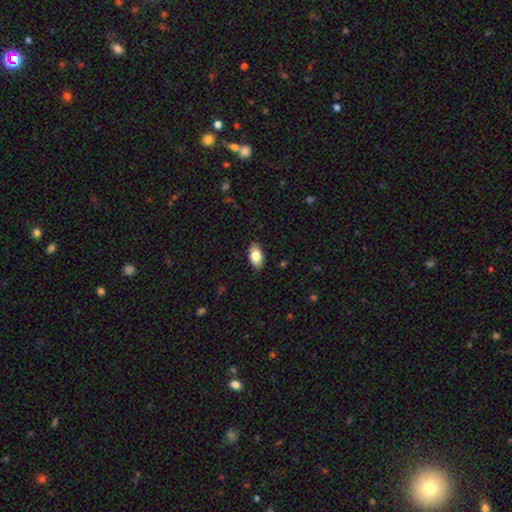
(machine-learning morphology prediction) Smooth or featured? Predicted: smooth (p=0.82). How rounded? Predicted: in between (p=0.92). Merging? Predicted: none (p=0.86).